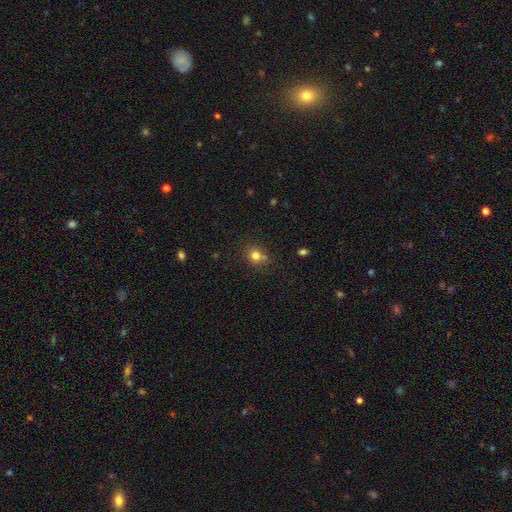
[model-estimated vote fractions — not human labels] A smooth galaxy with no disk features (78%) that is round (79%). Merging: none (69%).